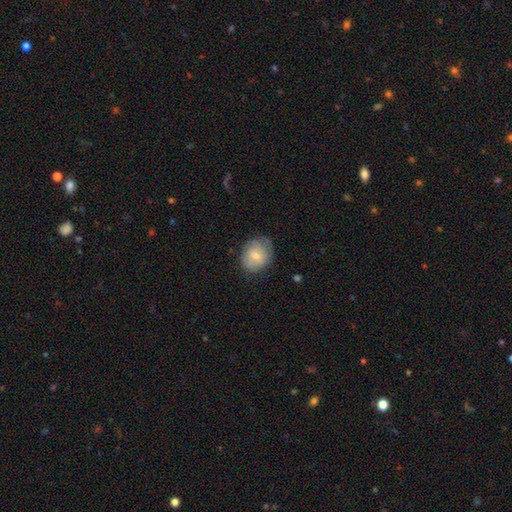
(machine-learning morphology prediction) Smooth or featured: smooth — 69% (featured or disk — 25%)
How rounded: round — 54% (in between — 45%)
Merging: none — 67% (minor disturbance — 25%)